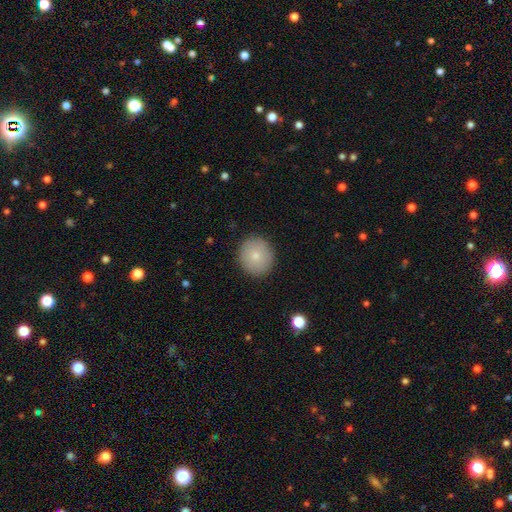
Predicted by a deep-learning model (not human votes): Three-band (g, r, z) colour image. It shows a smooth galaxy with no disk features (80%) that is round (81%). Merging: none (89%).